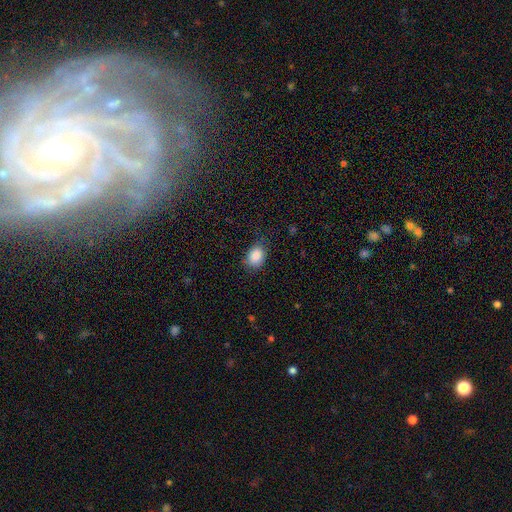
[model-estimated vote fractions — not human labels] Smooth or featured? smooth (88%)
How rounded? in between (67%)
Merging? none (76%)